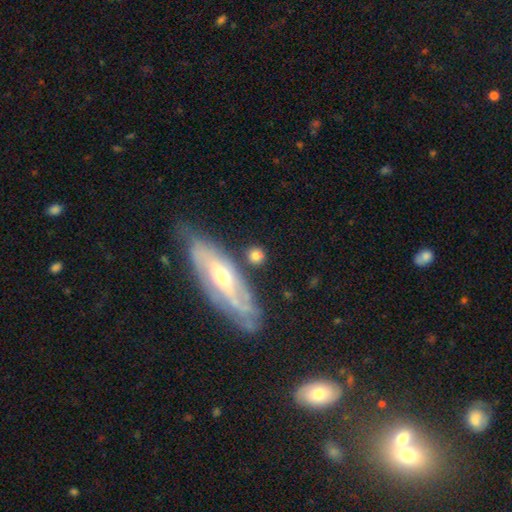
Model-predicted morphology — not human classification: A smooth galaxy with no disk features (70%) that is round (67%). Merging: none (77%).